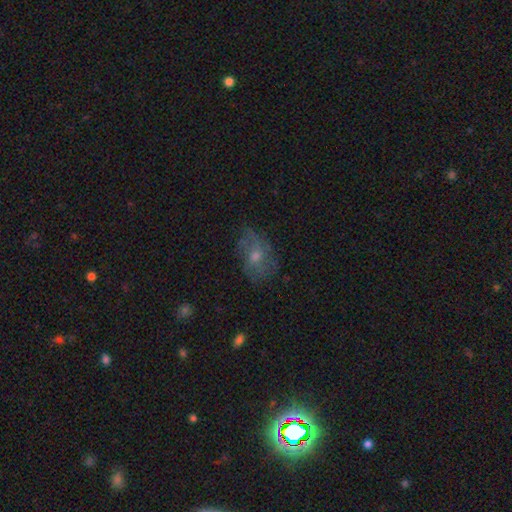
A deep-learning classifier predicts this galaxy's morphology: Q: Smooth or featured?
A: featured or disk (48%); runner-up: smooth (39%)
Q: Merging?
A: none (61%); runner-up: minor disturbance (25%)